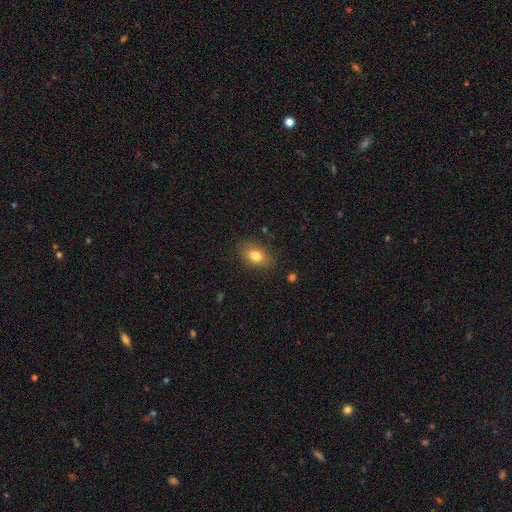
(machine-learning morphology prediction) The model was most divided on "how rounded": in between: 82%, round: 16%, cigar-shaped: 2%. More confident: merging — none (83%); smooth or featured — smooth (81%).